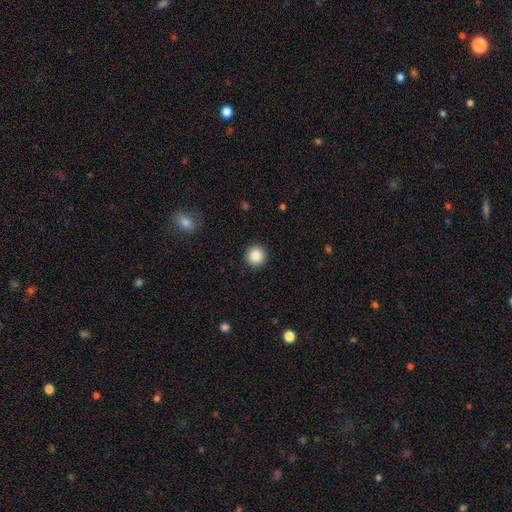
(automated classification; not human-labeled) Smooth or featured? smooth (87%)
How rounded? round (95%)
Merging? none (92%)